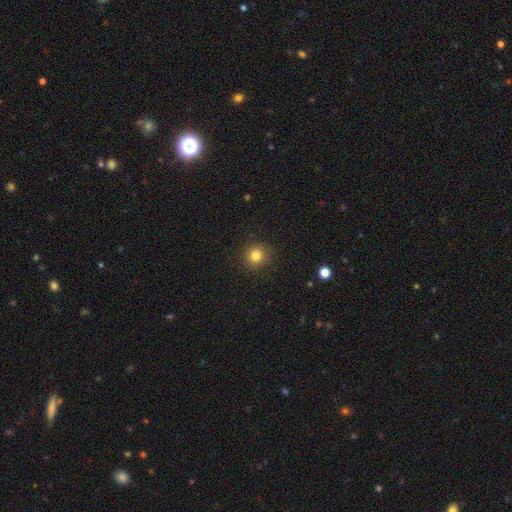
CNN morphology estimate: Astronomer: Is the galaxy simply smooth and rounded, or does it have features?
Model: smooth — 82%.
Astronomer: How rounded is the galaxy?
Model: round — 91%.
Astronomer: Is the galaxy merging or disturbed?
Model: none — 89%.